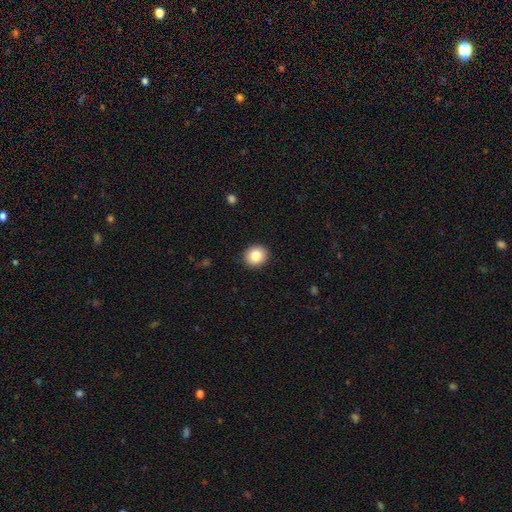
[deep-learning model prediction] A smooth galaxy with no disk features (84%) that is round (86%). Merging: none (92%).